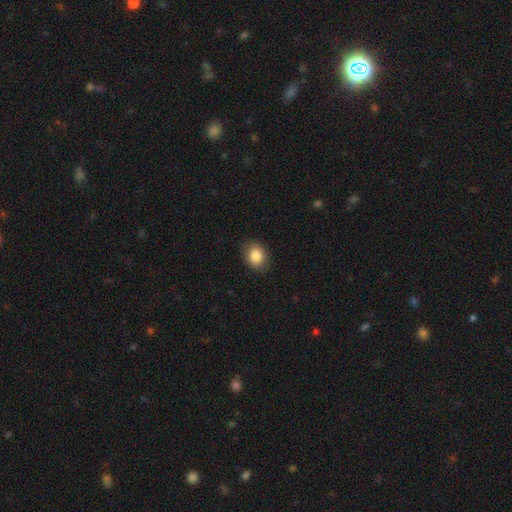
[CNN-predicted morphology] smooth 86%, star or artifact 8%, featured or disk 6%. Down the decision tree: how rounded — in between (55%); merging — none (85%).